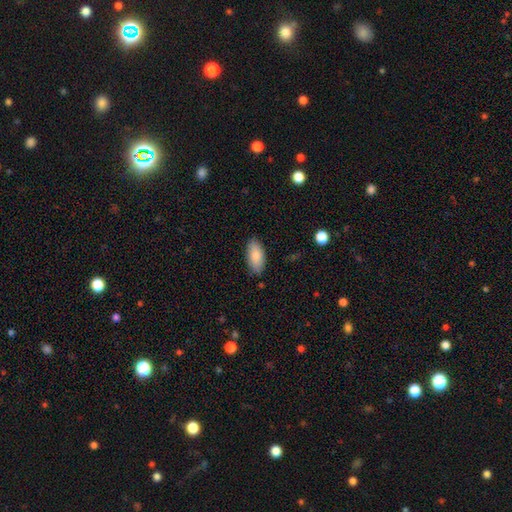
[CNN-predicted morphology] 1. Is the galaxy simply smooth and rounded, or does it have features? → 84% smooth, 10% featured or disk, 6% star or artifact.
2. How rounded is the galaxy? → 91% in between, 7% cigar-shaped, 2% round.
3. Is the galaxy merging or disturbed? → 84% none, 12% minor disturbance, 2% major disturbance, 1% merger.